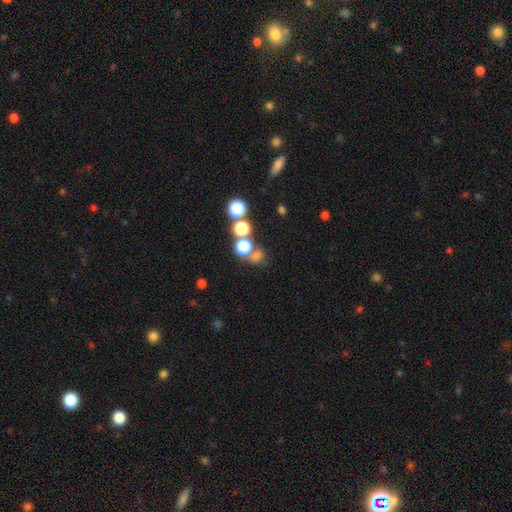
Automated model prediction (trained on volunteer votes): Smooth or featured?
  - smooth: 67% *
  - star or artifact: 25%
  - featured or disk: 8%
How rounded?
  - round: 80% *
  - in between: 19%
  - cigar-shaped: 1%
Merging?
  - none: 56% *
  - merger: 29%
  - minor disturbance: 9%
  - major disturbance: 6%